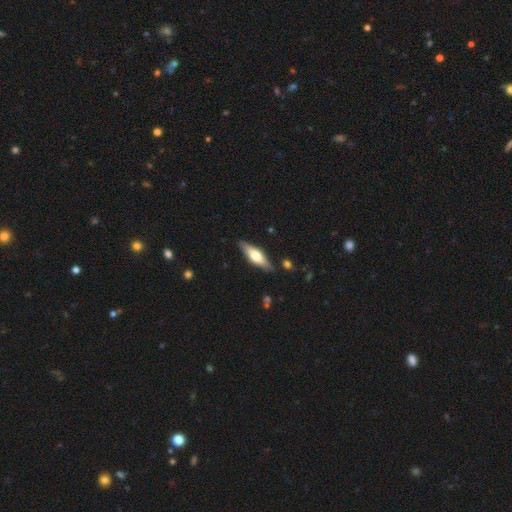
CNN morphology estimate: Smooth or featured: featured or disk — 48% (smooth — 46%)
Merging: none — 86% (minor disturbance — 10%)